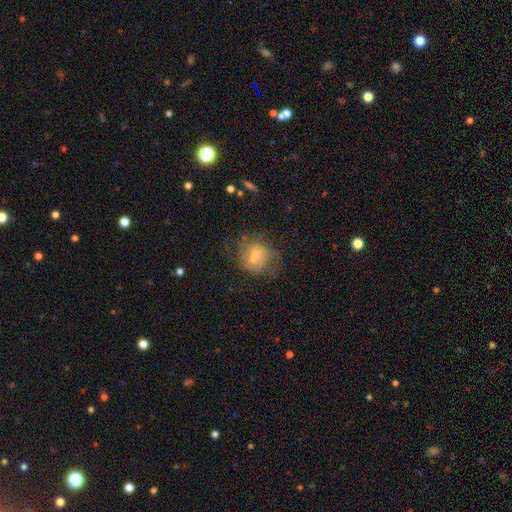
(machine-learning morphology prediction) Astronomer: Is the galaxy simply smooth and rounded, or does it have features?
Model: smooth — 53% (runner-up: featured or disk, 35%).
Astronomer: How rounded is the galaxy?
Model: round — 66%.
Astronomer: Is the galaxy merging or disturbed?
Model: none — 41% (runner-up: minor disturbance, 25%).